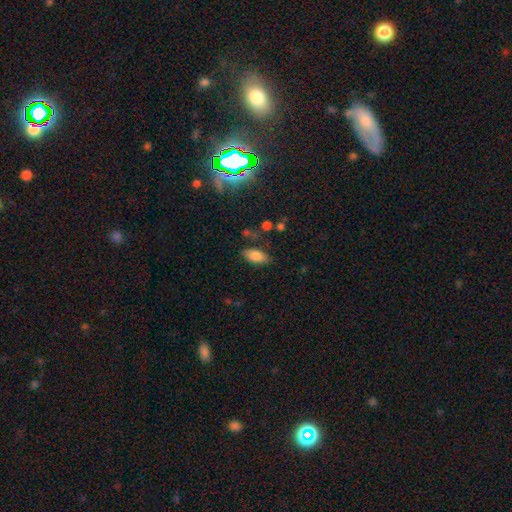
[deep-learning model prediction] This is clearly a smooth galaxy (83%). How rounded: clearly in between (89%). Merging: likely none (77%).